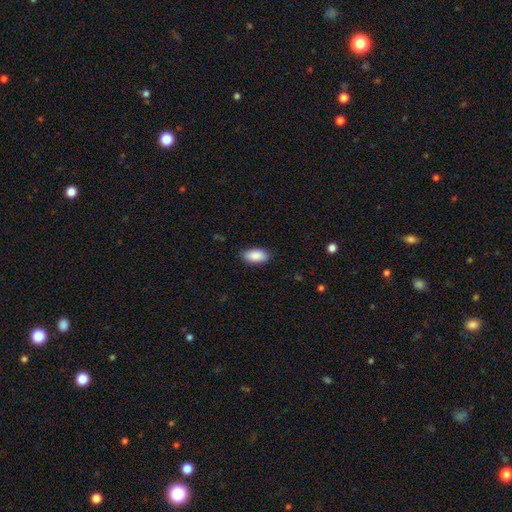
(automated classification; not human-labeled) The model was most divided on "merging": none: 86%, minor disturbance: 11%, major disturbance: 2%, merger: 1%. More confident: how rounded — in between (93%); smooth or featured — smooth (90%).